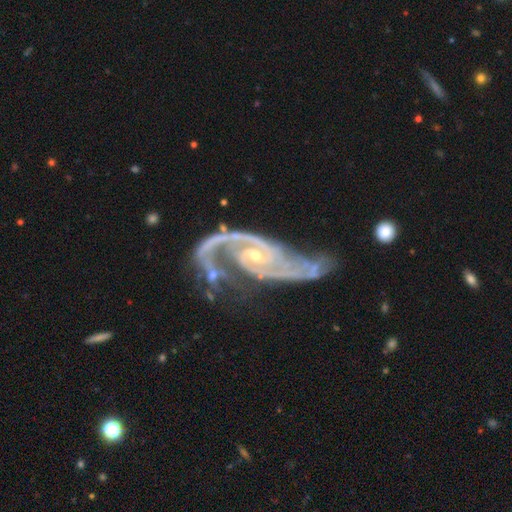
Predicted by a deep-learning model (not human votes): A featured or disk galaxy (93%) with no bar (52%), 2 (85%) medium (54%) spiral arms (98%) and a small central bulge (76%). Merging: none (46%).